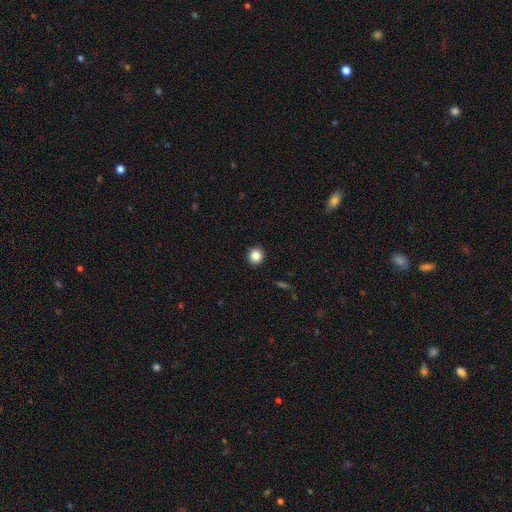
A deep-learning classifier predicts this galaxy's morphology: Smooth or featured?
  - smooth: 85% *
  - star or artifact: 10%
  - featured or disk: 5%
How rounded?
  - round: 91% *
  - in between: 8%
  - cigar-shaped: 1%
Merging?
  - none: 93% *
  - minor disturbance: 5%
  - major disturbance: 2%
  - merger: 1%